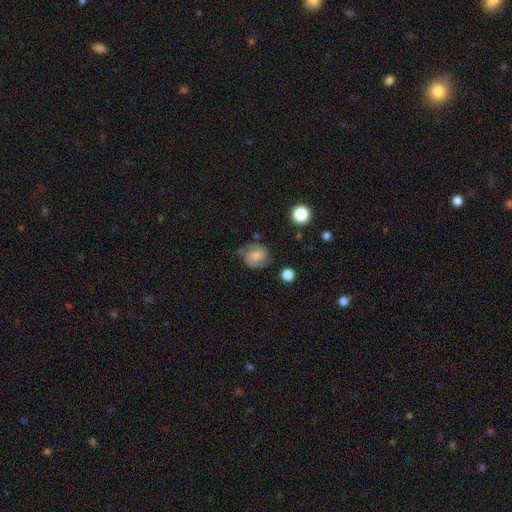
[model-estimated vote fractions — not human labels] Overall: featured or disk (55%; smooth 36%). Edge-on disk: no (97%). Bar: no (69%). Spiral arms: yes (92%). Bulge size: small (38%; moderate 26%). Merging: none (67%).